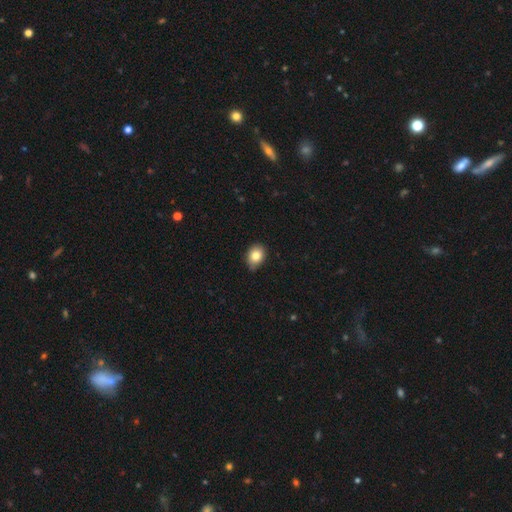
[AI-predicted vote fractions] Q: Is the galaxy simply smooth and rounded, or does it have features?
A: smooth — 83%.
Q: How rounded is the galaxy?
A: in between — 68%.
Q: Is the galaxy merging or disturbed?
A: none — 76%.